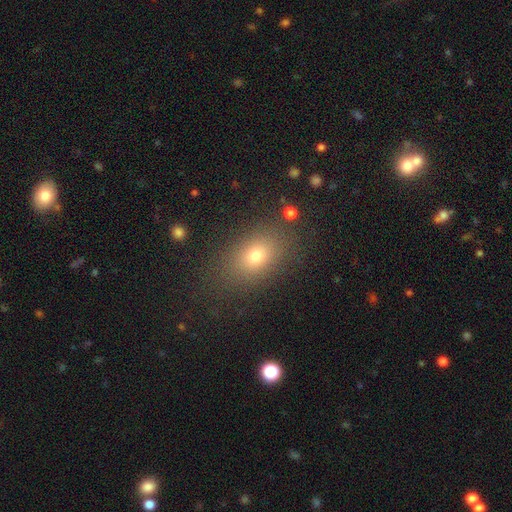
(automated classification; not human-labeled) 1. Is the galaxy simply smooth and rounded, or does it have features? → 75% smooth, 14% star or artifact, 12% featured or disk.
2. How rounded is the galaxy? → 77% in between, 21% round, 3% cigar-shaped.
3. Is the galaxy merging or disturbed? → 81% none, 11% minor disturbance, 6% major disturbance, 2% merger.